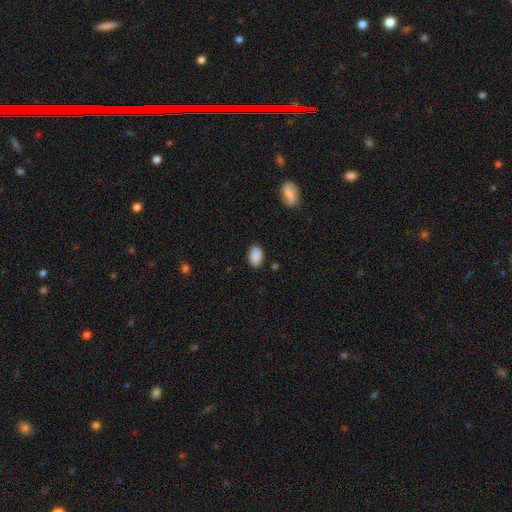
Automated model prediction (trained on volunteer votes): A smooth galaxy with no disk features (88%) that is in between round and cigar-shaped (89%). Merging: none (83%).